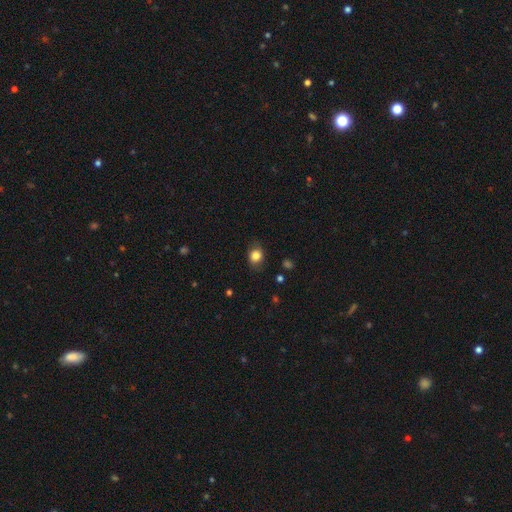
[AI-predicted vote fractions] Smooth or featured?
  - smooth: 83% *
  - star or artifact: 10%
  - featured or disk: 7%
How rounded?
  - round: 56% *
  - in between: 43%
  - cigar-shaped: 1%
Merging?
  - none: 78% *
  - minor disturbance: 17%
  - major disturbance: 5%
  - merger: 1%